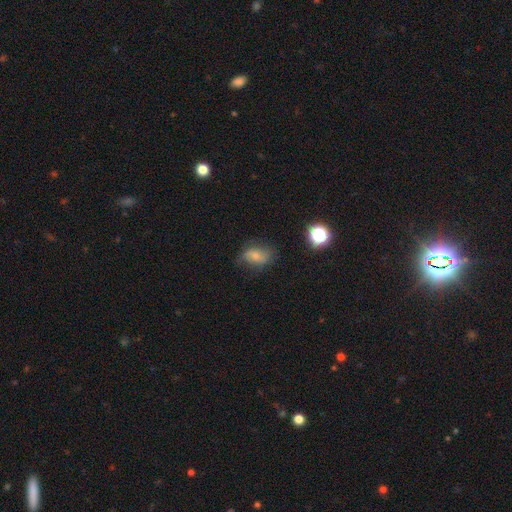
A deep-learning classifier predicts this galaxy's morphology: smooth 59%, featured or disk 29%, star or artifact 13%. Down the decision tree: how rounded — in between (81%); merging — none (62%).